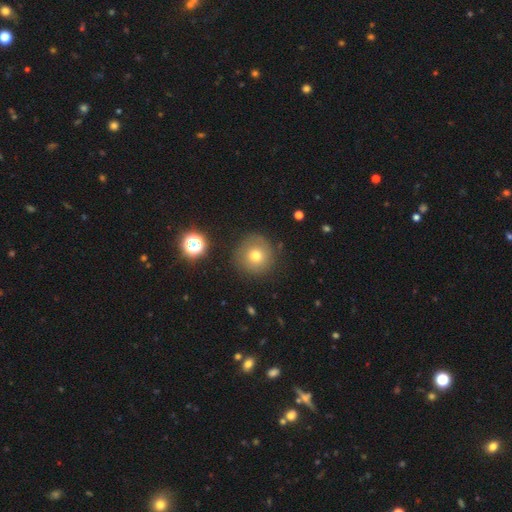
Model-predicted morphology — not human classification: This appears to be a smooth galaxy with no disk features (70%) that is round (95%). Merging: none (84%).